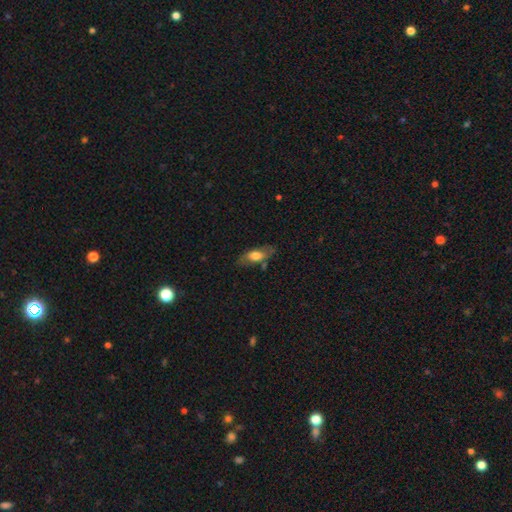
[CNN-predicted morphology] Overall: smooth (55%; featured or disk 38%). How rounded: in between (77%). Merging: none (72%).